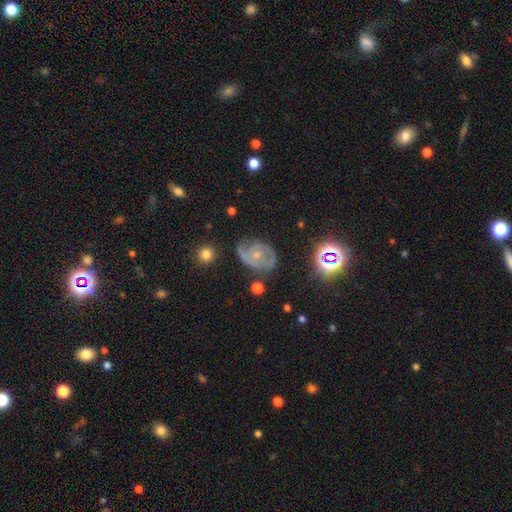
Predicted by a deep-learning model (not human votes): This appears to be a featured or disk galaxy (76%) with no bar (71%), 2 (55%) tight (47%) spiral arms (90%) and a small central bulge (61%). Merging: none (62%).